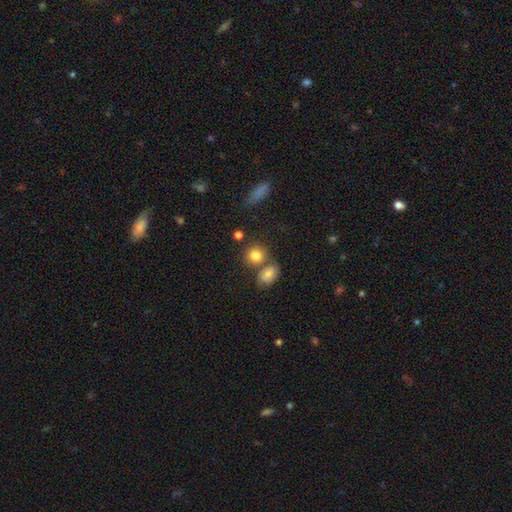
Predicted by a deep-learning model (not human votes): smooth-or-featured: smooth: 81% | star or artifact: 10% | featured or disk: 9%
  how-rounded: round: 80% | in between: 19% | cigar-shaped: 1%
  merging: none: 62% | merger: 24% | minor disturbance: 10% | major disturbance: 4%